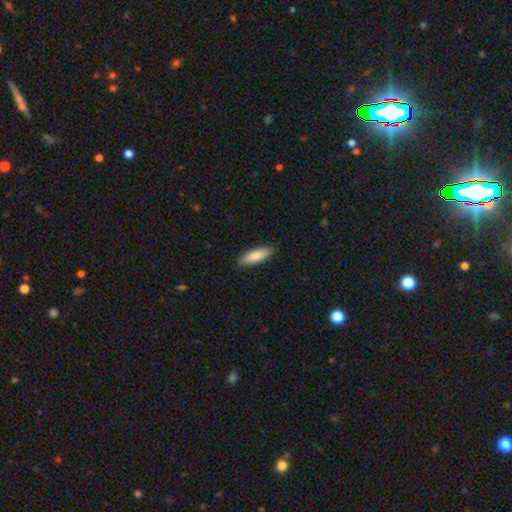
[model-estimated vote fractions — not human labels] Morphology: type=smooth (85%); roundness=in between (60%); merging=none (89%).